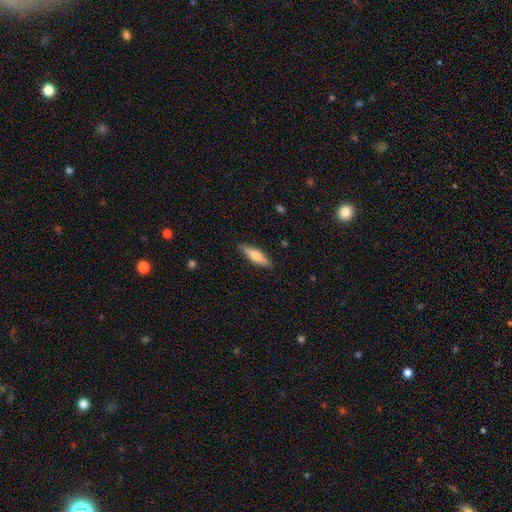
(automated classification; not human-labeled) smooth 63%, featured or disk 31%, star or artifact 6%. Down the decision tree: how rounded — cigar-shaped (63%); merging — none (87%).